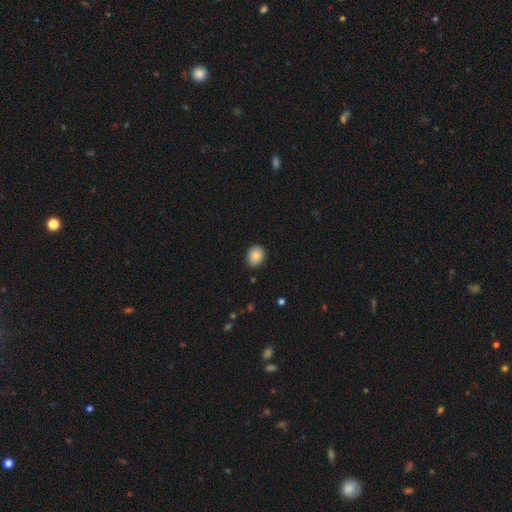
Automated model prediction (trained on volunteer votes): smooth 84%, featured or disk 8%, star or artifact 8%. Down the decision tree: how rounded — round (56%); merging — none (84%).